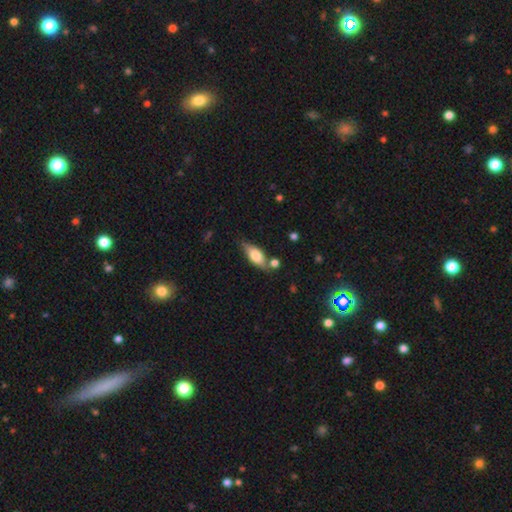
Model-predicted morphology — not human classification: type=smooth (67%); roundness=in between (78%); merging=none (63%).